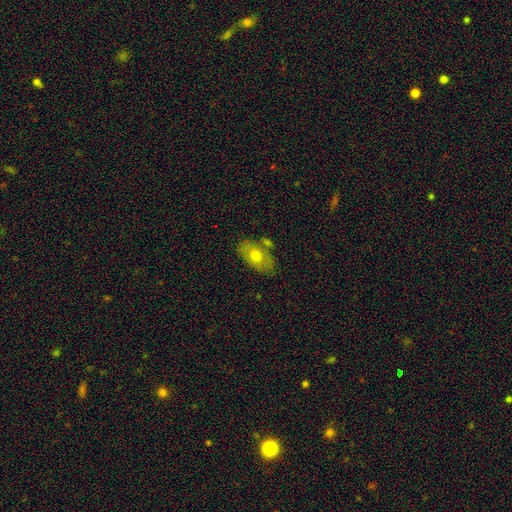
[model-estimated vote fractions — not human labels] Smooth or featured? Predicted: smooth (p=0.67). How rounded? Predicted: in between (p=0.89). Merging? Predicted: none (p=0.66).